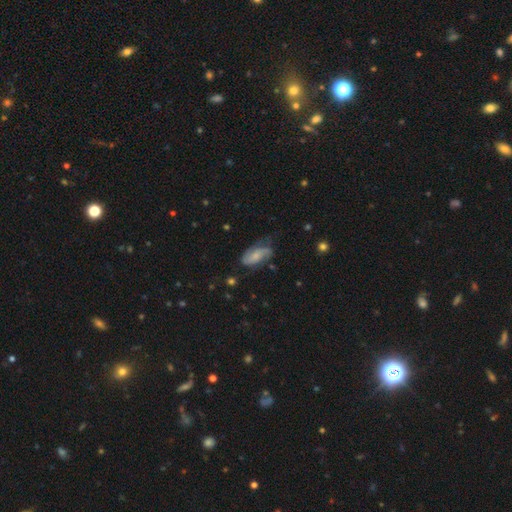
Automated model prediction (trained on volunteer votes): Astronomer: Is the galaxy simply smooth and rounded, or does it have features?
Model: featured or disk — 49% (runner-up: smooth, 44%).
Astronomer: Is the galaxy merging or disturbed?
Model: none — 53% (runner-up: minor disturbance, 31%).